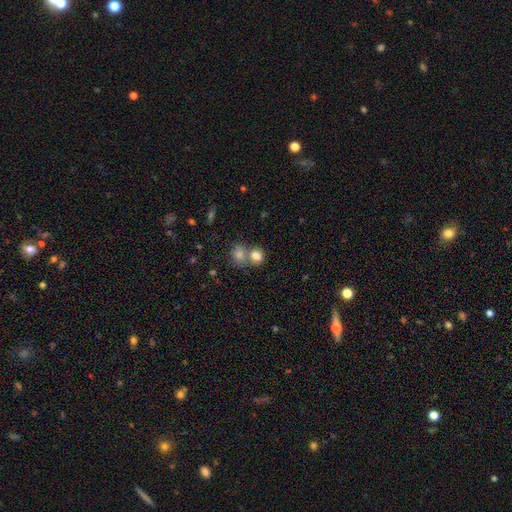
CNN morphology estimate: Overall: smooth (82%). How rounded: round (61%; in between 38%). Merging: merger (52%; none 36%).